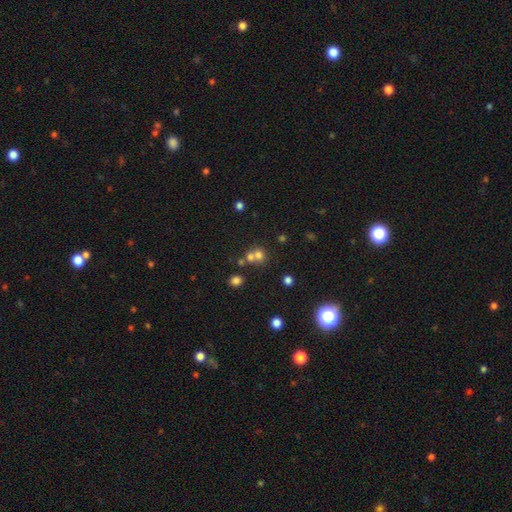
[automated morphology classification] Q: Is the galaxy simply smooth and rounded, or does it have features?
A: smooth — 65%.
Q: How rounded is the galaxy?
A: round — 83%.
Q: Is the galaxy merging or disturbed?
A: merger — 48%.